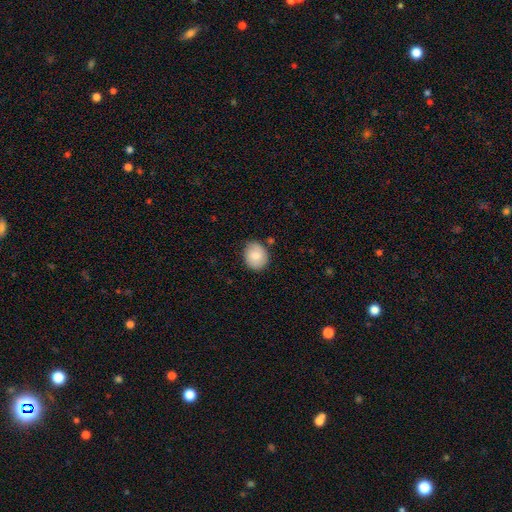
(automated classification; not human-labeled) Smooth or featured: smooth — 79% (featured or disk — 14%)
How rounded: round — 60% (in between — 39%)
Merging: none — 81% (minor disturbance — 14%)